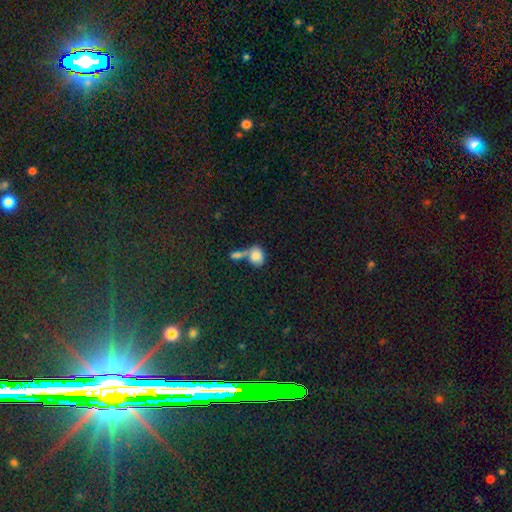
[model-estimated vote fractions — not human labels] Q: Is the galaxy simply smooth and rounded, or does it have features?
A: smooth — 81%.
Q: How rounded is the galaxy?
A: in between — 67%.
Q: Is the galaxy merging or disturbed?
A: merger — 51%.